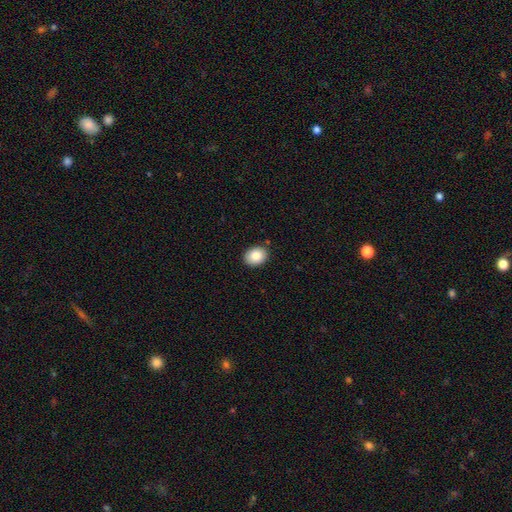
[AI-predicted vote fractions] This appears to be a smooth galaxy with no disk features (86%) that is in between round and cigar-shaped (58%). Merging: none (88%).